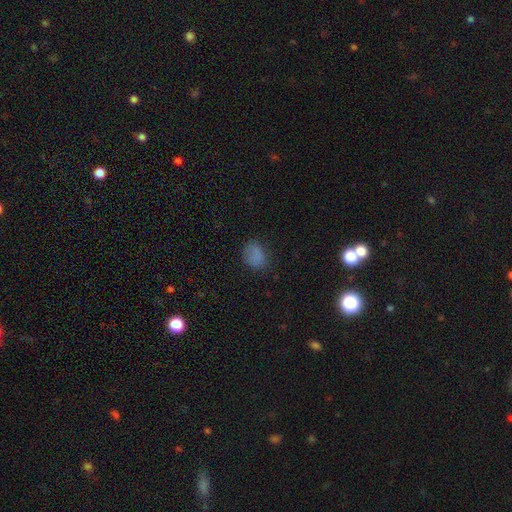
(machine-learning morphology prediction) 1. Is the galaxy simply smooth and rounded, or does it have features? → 78% smooth, 15% star or artifact, 7% featured or disk.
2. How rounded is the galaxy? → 63% in between, 36% round, 1% cigar-shaped.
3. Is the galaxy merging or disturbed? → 71% none, 20% minor disturbance, 7% major disturbance, 2% merger.